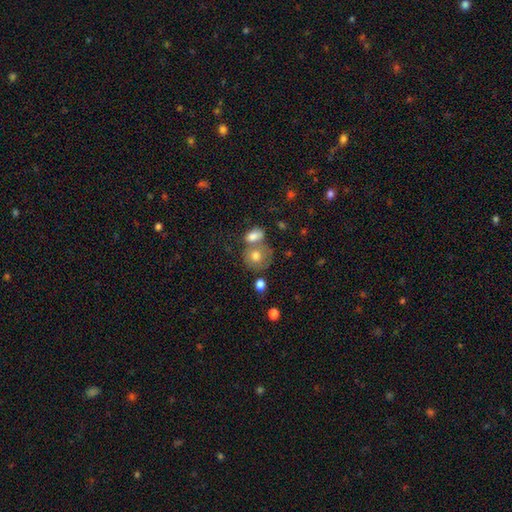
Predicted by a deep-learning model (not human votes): This is likely a smooth galaxy (73%). How rounded: likely round (72%). Merging: marginally merger (43%).